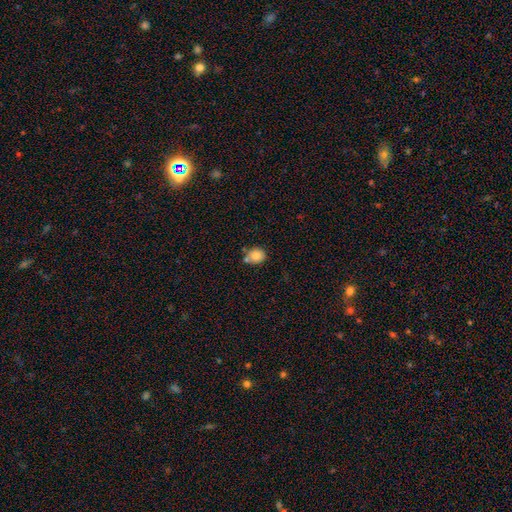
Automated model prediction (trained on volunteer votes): Q: Smooth or featured?
A: smooth (83%); runner-up: star or artifact (10%)
Q: How rounded?
A: round (75%); runner-up: in between (24%)
Q: Merging?
A: none (61%); runner-up: merger (19%)